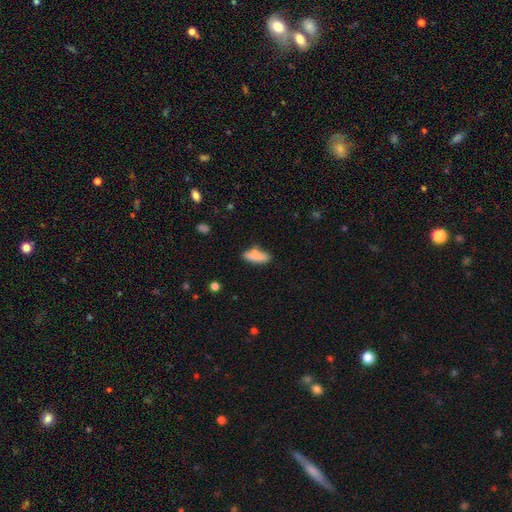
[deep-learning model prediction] Smooth or featured: smooth — 83% (featured or disk — 10%)
How rounded: in between — 64% (cigar-shaped — 33%)
Merging: none — 68% (minor disturbance — 19%)